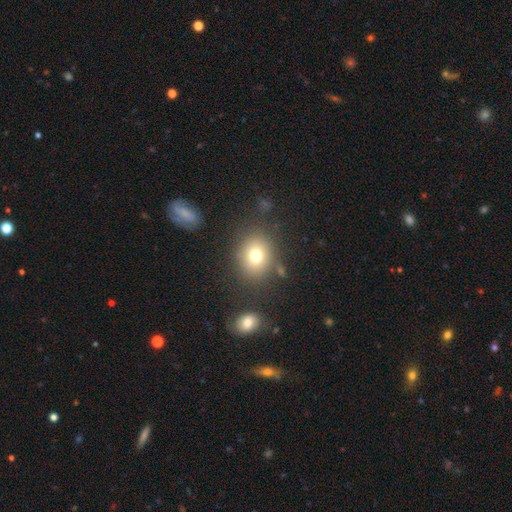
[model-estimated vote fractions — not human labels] This is likely a smooth galaxy (75%). How rounded: likely round (64%). Merging: likely none (79%).